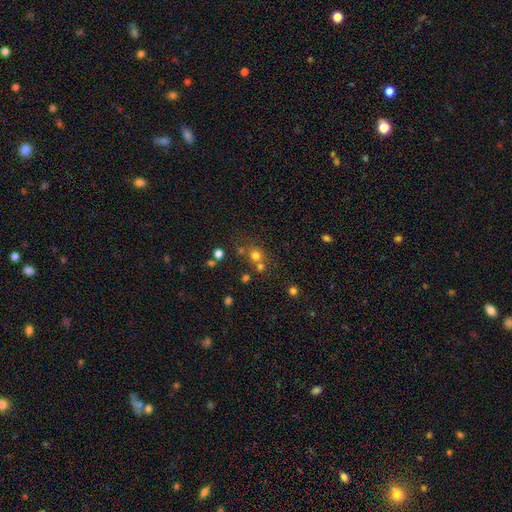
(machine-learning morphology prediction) Q: Smooth or featured?
A: smooth (69%); runner-up: star or artifact (20%)
Q: How rounded?
A: round (86%); runner-up: in between (13%)
Q: Merging?
A: none (57%); runner-up: merger (29%)